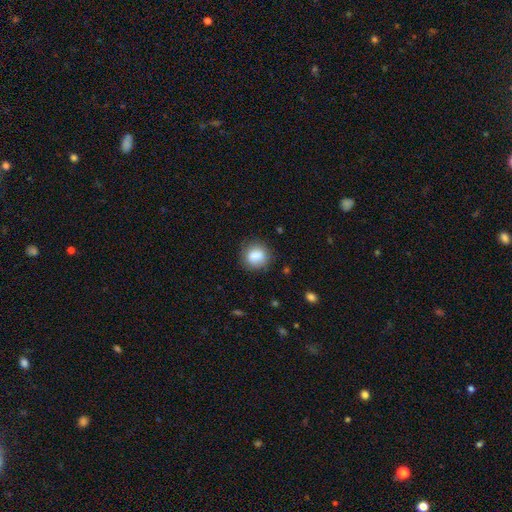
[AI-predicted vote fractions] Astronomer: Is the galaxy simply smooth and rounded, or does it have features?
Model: smooth — 84%.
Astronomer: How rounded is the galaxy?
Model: round — 76%.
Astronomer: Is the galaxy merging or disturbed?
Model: none — 78%.